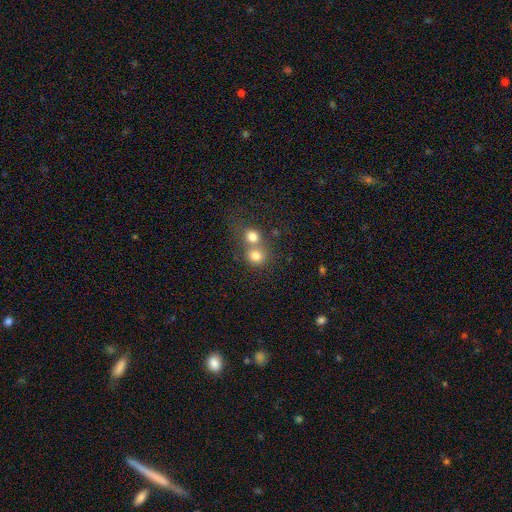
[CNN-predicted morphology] This is likely a smooth galaxy (77%). How rounded: clearly round (82%). Merging: possibly merger (54%).